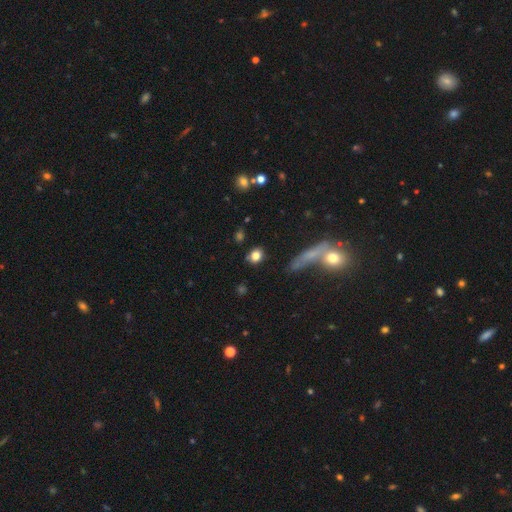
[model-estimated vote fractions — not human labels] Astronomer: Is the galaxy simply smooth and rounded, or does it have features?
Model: smooth — 80%.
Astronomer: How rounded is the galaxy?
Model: round — 59% (runner-up: in between, 37%).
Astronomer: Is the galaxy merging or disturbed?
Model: none — 81%.